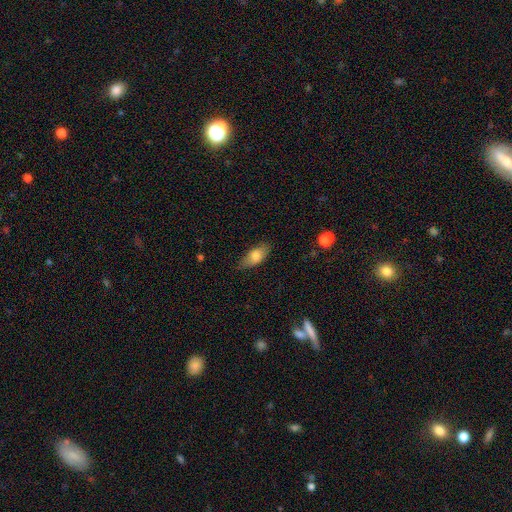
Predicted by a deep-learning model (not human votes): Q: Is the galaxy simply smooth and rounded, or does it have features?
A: smooth — 76%.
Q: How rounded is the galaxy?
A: in between — 86%.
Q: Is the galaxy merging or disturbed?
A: none — 78%.